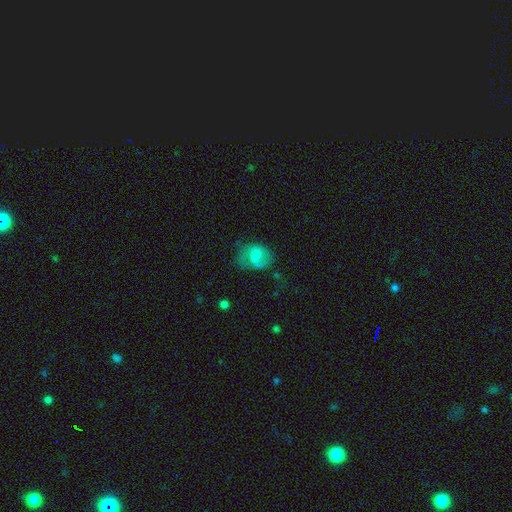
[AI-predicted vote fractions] Smooth or featured: smooth — 56% (featured or disk — 35%)
How rounded: in between — 53% (round — 45%)
Merging: none — 41% (minor disturbance — 30%)